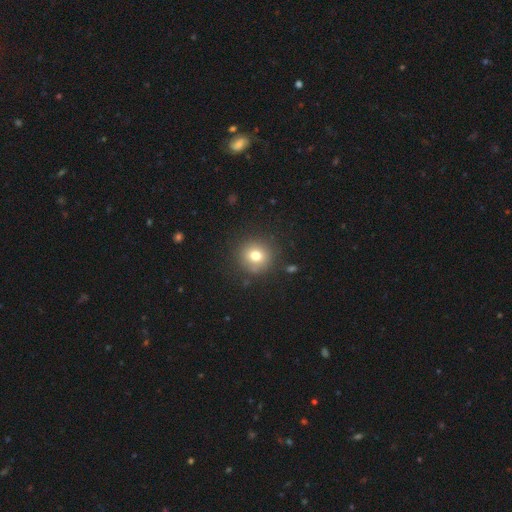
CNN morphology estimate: smooth_or_featured: smooth (p=0.75) [alt: star or artifact p=0.13]
how_rounded: round (p=0.92) [alt: in between p=0.07]
merging: none (p=0.87) [alt: minor disturbance p=0.08]